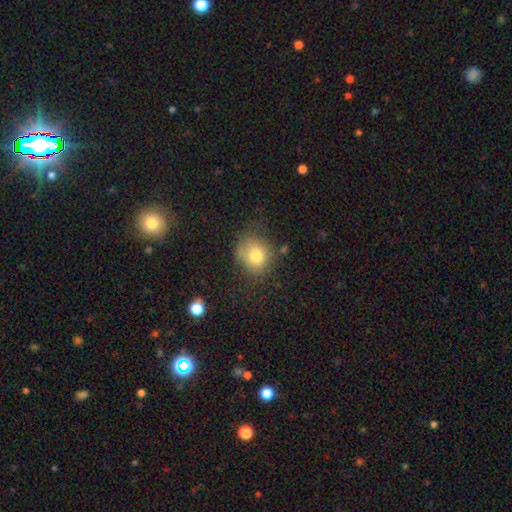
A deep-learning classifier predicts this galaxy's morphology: A smooth galaxy with no disk features (77%) that is round (77%). Merging: none (64%).